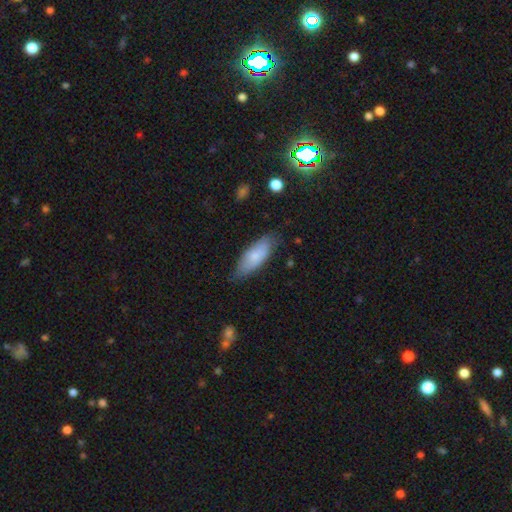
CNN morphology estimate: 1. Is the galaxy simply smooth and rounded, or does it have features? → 74% smooth, 20% featured or disk, 6% star or artifact.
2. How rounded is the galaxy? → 74% in between, 24% cigar-shaped, 2% round.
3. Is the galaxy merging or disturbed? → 72% none, 22% minor disturbance, 4% major disturbance, 1% merger.